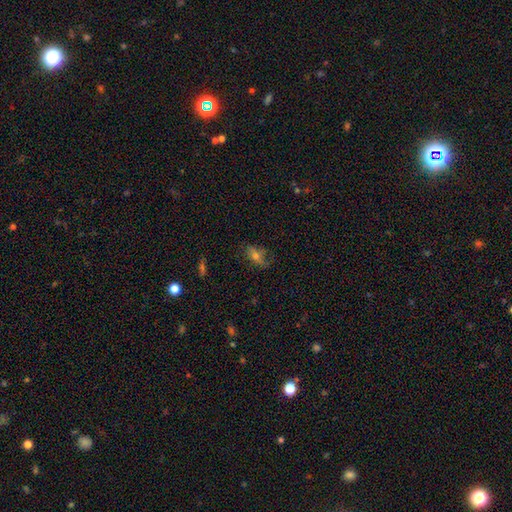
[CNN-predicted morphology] smooth_or_featured: smooth (p=0.50) [alt: featured or disk p=0.35]
how_rounded: in between (p=0.77) [alt: cigar-shaped p=0.12]
merging: none (p=0.63) [alt: minor disturbance p=0.24]